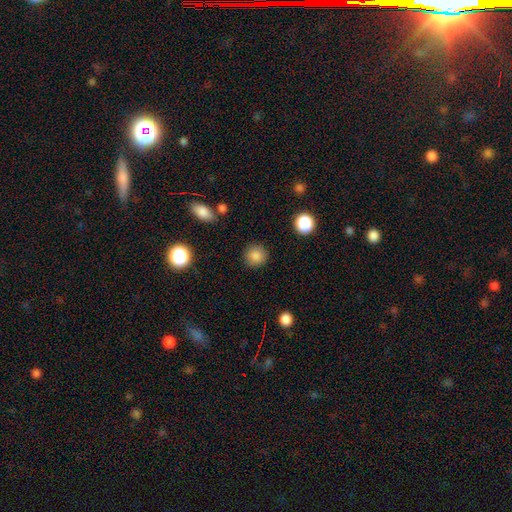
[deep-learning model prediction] This appears to be a smooth galaxy with no disk features (85%) that is round (92%). Merging: none (89%).